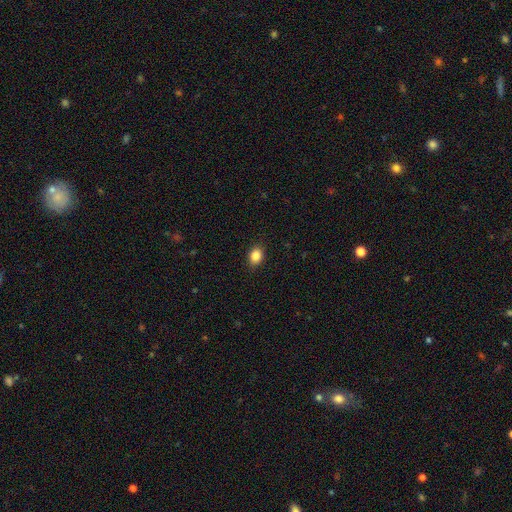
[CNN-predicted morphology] Smooth or featured: smooth — 86% (star or artifact — 9%)
How rounded: in between — 62% (round — 36%)
Merging: none — 88% (minor disturbance — 9%)